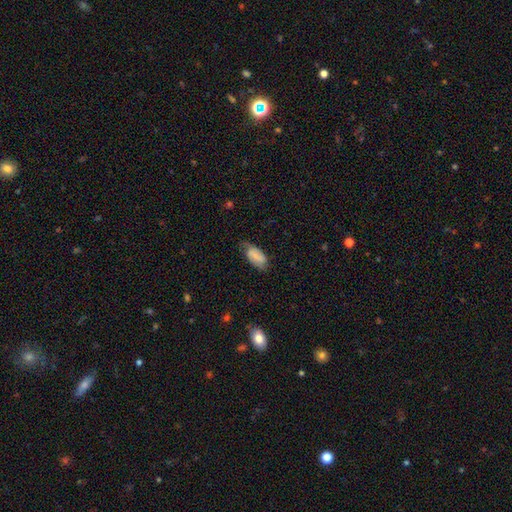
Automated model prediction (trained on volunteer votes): Smooth or featured?
  - smooth: 70% *
  - featured or disk: 23%
  - star or artifact: 8%
How rounded?
  - in between: 91% *
  - cigar-shaped: 7%
  - round: 3%
Merging?
  - none: 48% *
  - minor disturbance: 36%
  - major disturbance: 13%
  - merger: 2%